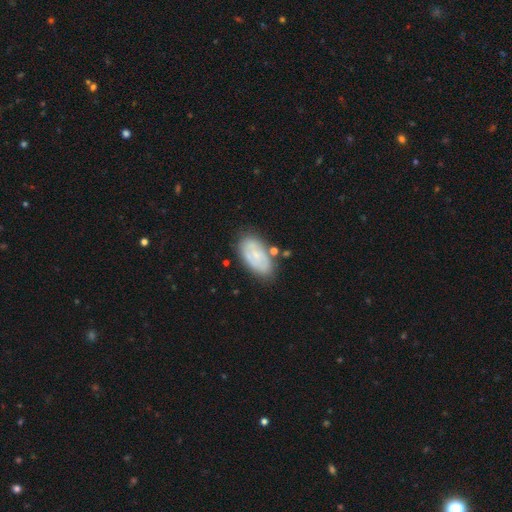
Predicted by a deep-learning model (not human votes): Overall: featured or disk (53%; smooth 40%). Edge-on disk: no (94%). Bar: no (60%; weak 32%). Spiral arms: yes (68%; no 32%). Bulge size: small (65%). Merging: none (71%).